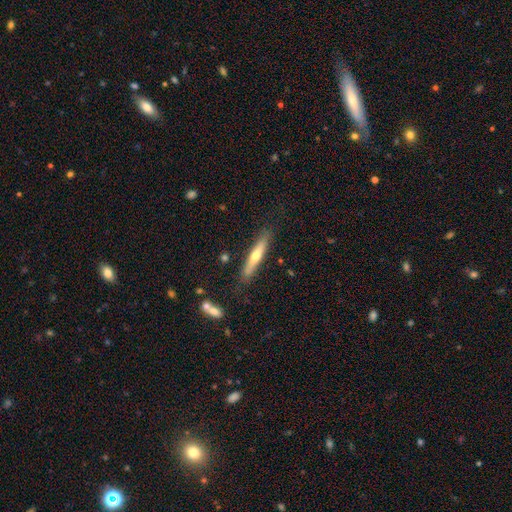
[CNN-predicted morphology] smooth_or_featured: featured or disk (p=0.47) [tied with: smooth p=0.47]
merging: none (p=0.84) [alt: minor disturbance p=0.12]